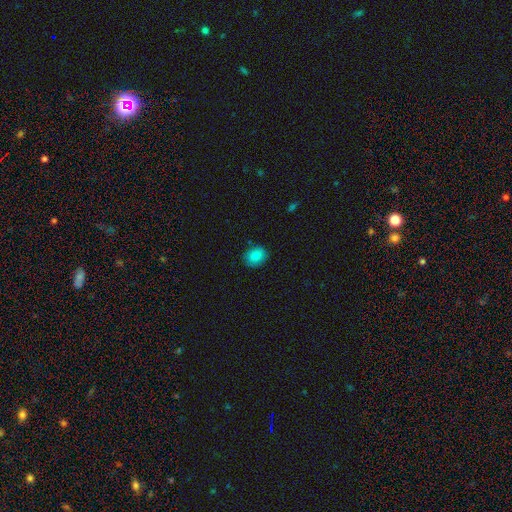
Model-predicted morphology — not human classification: Smooth or featured?
  - smooth: 83% *
  - star or artifact: 9%
  - featured or disk: 8%
How rounded?
  - in between: 50% *
  - round: 49%
  - cigar-shaped: 1%
Merging?
  - none: 86% *
  - minor disturbance: 11%
  - major disturbance: 2%
  - merger: 1%